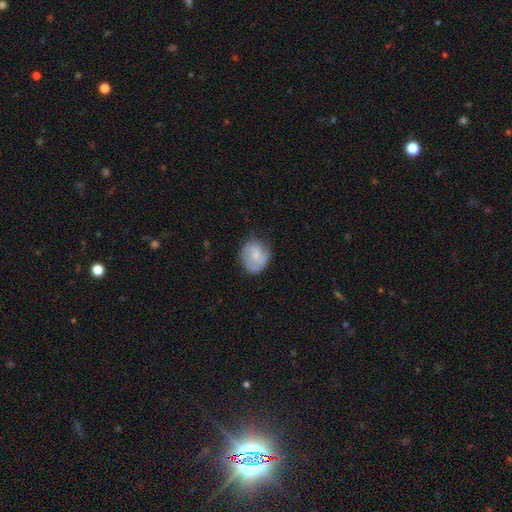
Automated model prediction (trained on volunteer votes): A smooth galaxy with no disk features (49%).

Vote fractions:
- Smooth or featured? smooth: 49% / featured or disk: 44% / star or artifact: 7%
- Merging? none: 63% / minor disturbance: 26% / major disturbance: 10% / merger: 2%